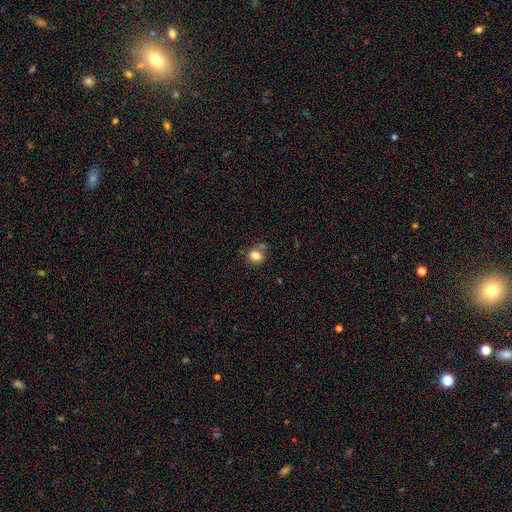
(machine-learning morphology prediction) Overall: smooth (82%). How rounded: round (66%; in between 33%). Merging: none (66%).